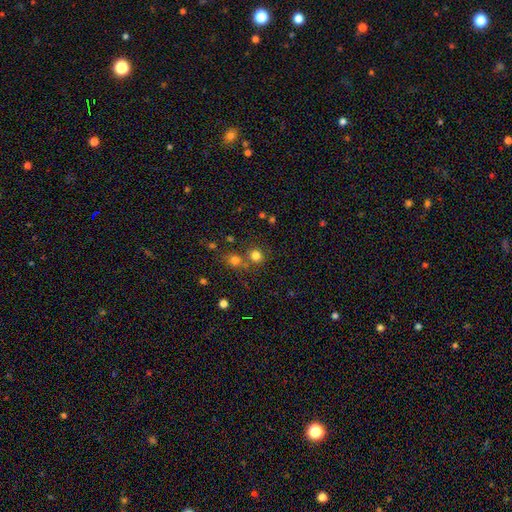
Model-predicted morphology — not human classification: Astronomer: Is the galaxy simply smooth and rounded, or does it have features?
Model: smooth — 77%.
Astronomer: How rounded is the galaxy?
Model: round — 87%.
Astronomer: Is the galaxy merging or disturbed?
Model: none — 63%.